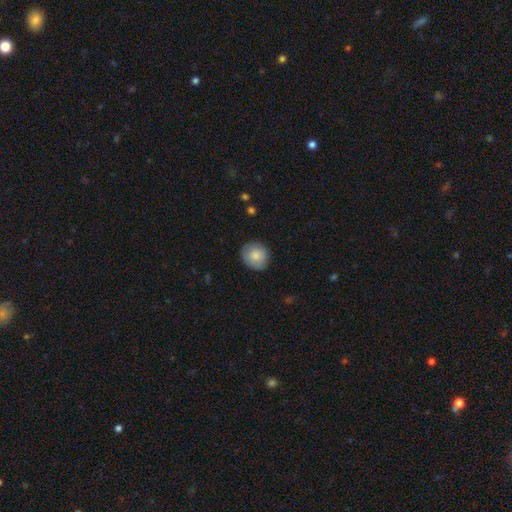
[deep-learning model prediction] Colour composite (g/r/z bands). It shows a smooth galaxy with no disk features (81%) that is round (83%). Merging: none (82%).